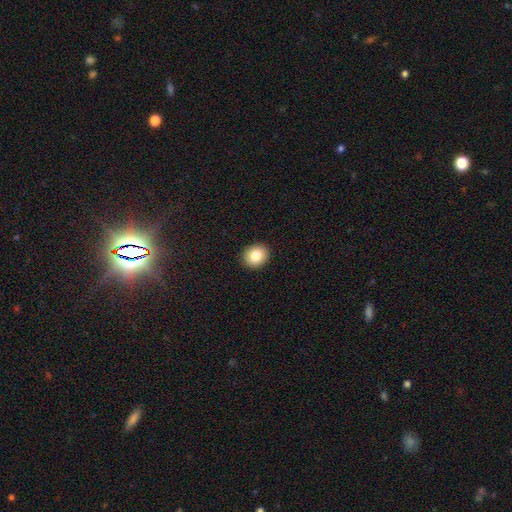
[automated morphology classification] Smooth or featured? Predicted: smooth (p=0.83). How rounded? Predicted: round (p=0.71). Merging? Predicted: none (p=0.91).